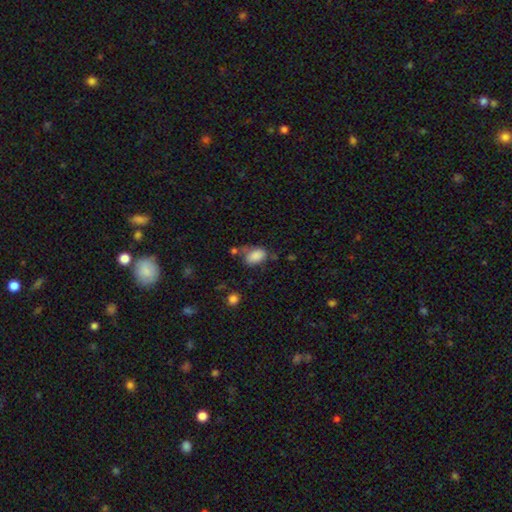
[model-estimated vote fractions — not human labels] The model was most divided on "merging": none: 52%, minor disturbance: 25%, merger: 12%, major disturbance: 11%. More confident: how rounded — in between (87%); smooth or featured — smooth (84%).